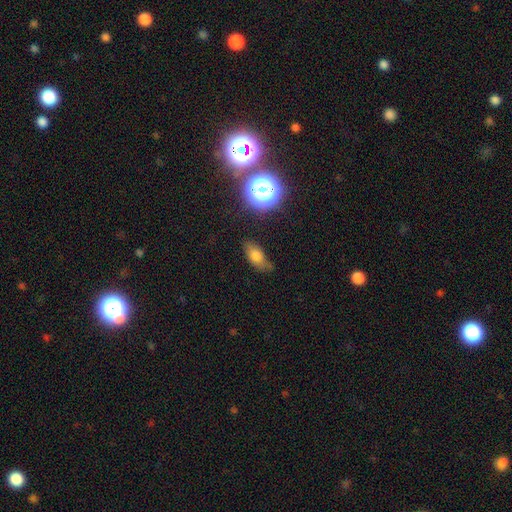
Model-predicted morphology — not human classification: smooth_or_featured: smooth (p=0.71) [alt: featured or disk p=0.16]
how_rounded: in between (p=0.80) [alt: cigar-shaped p=0.10]
merging: none (p=0.61) [alt: minor disturbance p=0.27]